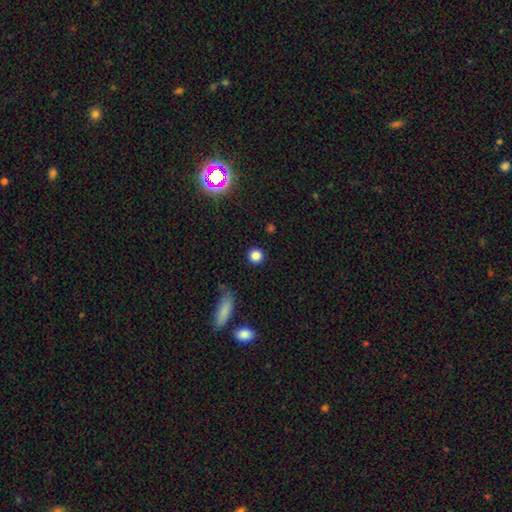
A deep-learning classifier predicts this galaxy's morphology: Smooth or featured: smooth — 83% (star or artifact — 12%)
How rounded: round — 93% (in between — 6%)
Merging: none — 90% (minor disturbance — 6%)